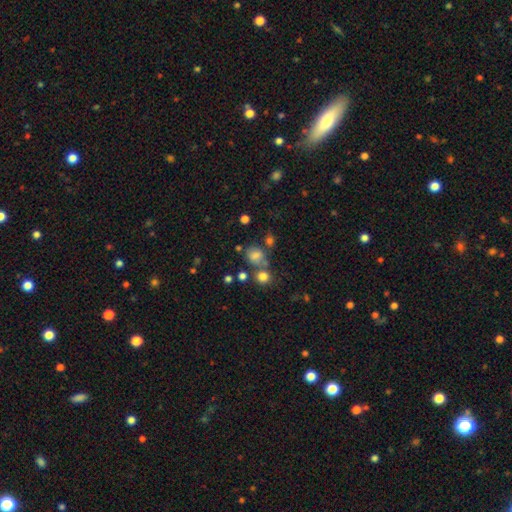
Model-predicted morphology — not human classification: A smooth galaxy with no disk features (73%) that is round (62%).

Vote fractions:
- Smooth or featured? smooth: 73% / star or artifact: 16% / featured or disk: 11%
- How rounded? round: 62% / in between: 37% / cigar-shaped: 1%
- Merging? none: 56% / merger: 22% / minor disturbance: 15% / major disturbance: 7%